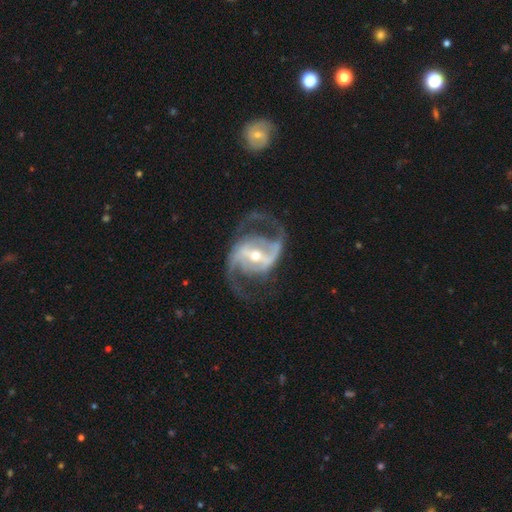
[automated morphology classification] featured or disk 92%, star or artifact 5%, smooth 4%. Down the decision tree: edge-on disk — no (97%); bar — strong (57%); spiral arms — yes (96%); spiral arm count — 2 (92%); spiral winding — medium (53%); bulge size — moderate (50%); merging — none (73%).